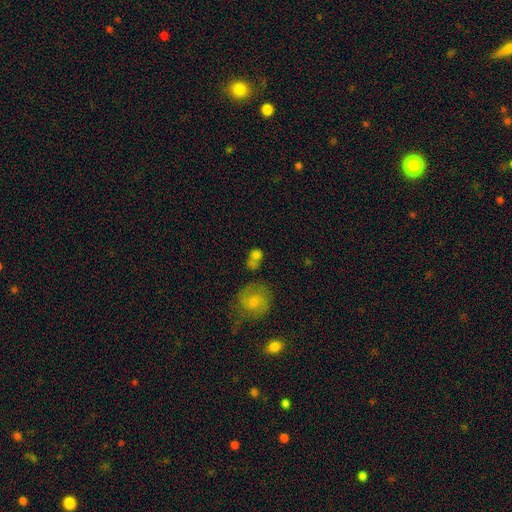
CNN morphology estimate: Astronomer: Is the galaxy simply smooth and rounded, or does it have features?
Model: smooth — 71%.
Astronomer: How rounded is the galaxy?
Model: round — 61% (runner-up: in between, 37%).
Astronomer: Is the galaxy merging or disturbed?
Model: none — 41% (runner-up: merger, 35%).